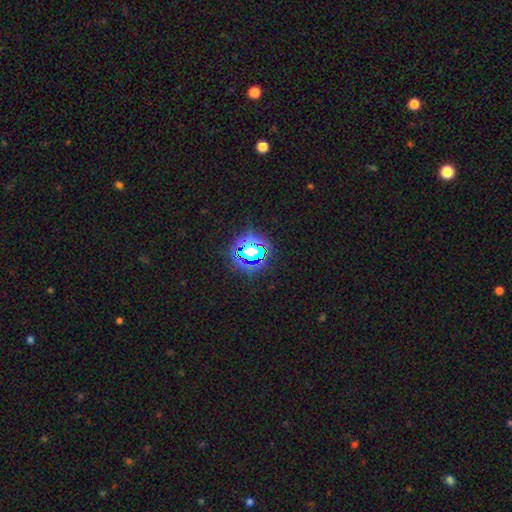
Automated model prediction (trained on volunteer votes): Smooth or featured? Predicted: star or artifact (p=0.64).